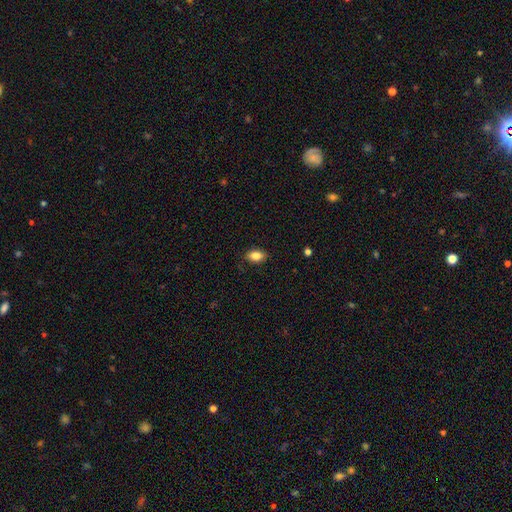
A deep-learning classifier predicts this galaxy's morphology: Smooth or featured: smooth — 82% (featured or disk — 10%)
How rounded: in between — 86% (round — 11%)
Merging: none — 84% (minor disturbance — 13%)